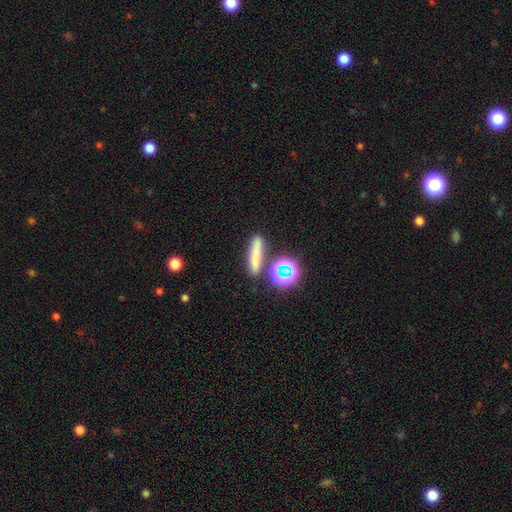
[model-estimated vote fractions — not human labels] The model was most divided on "how rounded": cigar-shaped: 66%, round: 18%, in between: 16%. More confident: merging — none (80%); smooth or featured — smooth (69%).